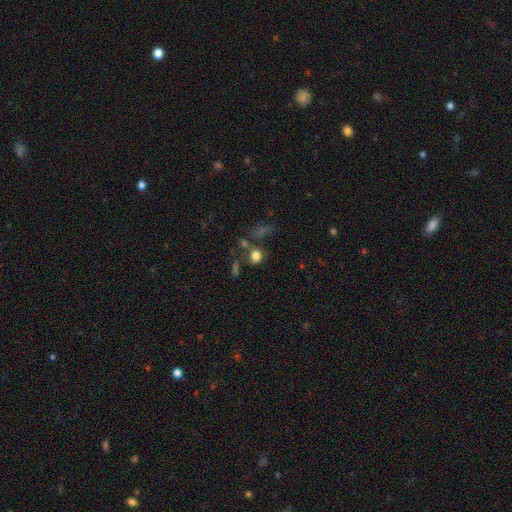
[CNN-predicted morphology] This appears to be a smooth galaxy with no disk features (72%) that is round (69%). Merging: none (51%).